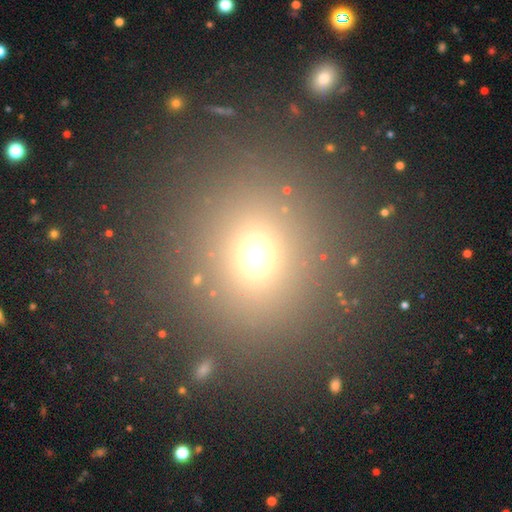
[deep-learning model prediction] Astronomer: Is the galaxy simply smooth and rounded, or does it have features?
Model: smooth — 64%.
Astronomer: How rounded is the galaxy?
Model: round — 81%.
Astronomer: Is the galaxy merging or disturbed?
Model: none — 84%.